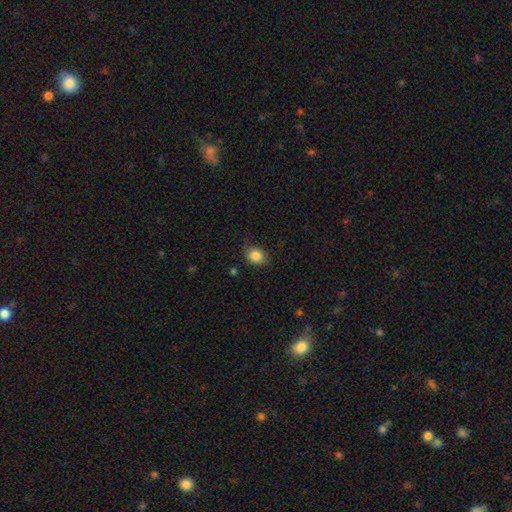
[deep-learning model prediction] smooth_or_featured: smooth (p=0.85) [alt: star or artifact p=0.10]
how_rounded: round (p=0.53) [alt: in between p=0.46]
merging: none (p=0.72) [alt: minor disturbance p=0.22]